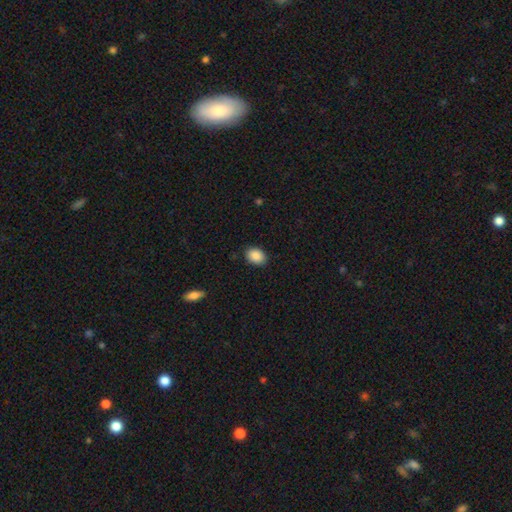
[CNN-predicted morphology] Overall: smooth (89%). How rounded: in between (71%). Merging: none (88%).